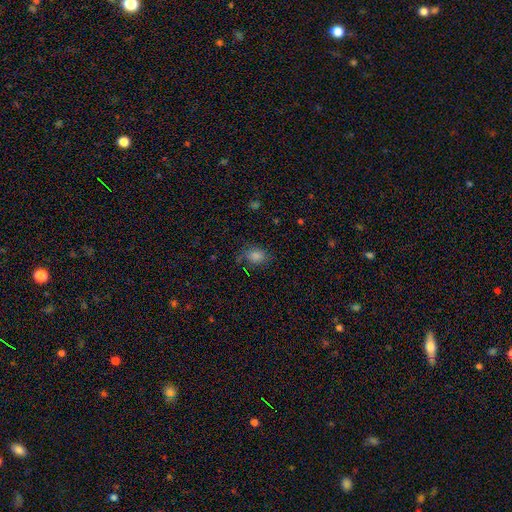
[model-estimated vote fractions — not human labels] A smooth galaxy with no disk features (76%) that is in between round and cigar-shaped (52%).

Vote fractions:
- Smooth or featured? smooth: 76% / star or artifact: 16% / featured or disk: 8%
- How rounded? in between: 52% / round: 47% / cigar-shaped: 1%
- Merging? none: 72% / minor disturbance: 19% / major disturbance: 6% / merger: 2%